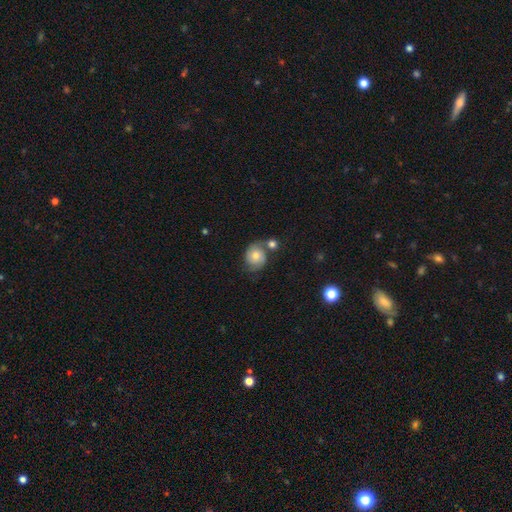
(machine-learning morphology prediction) featured or disk 49%, smooth 42%, star or artifact 9%. Down the decision tree: merging — none (54%).